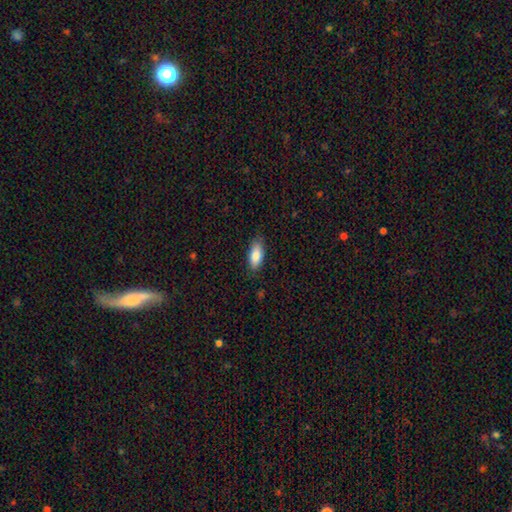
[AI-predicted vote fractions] Overall: smooth (83%). How rounded: in between (85%). Merging: none (82%).